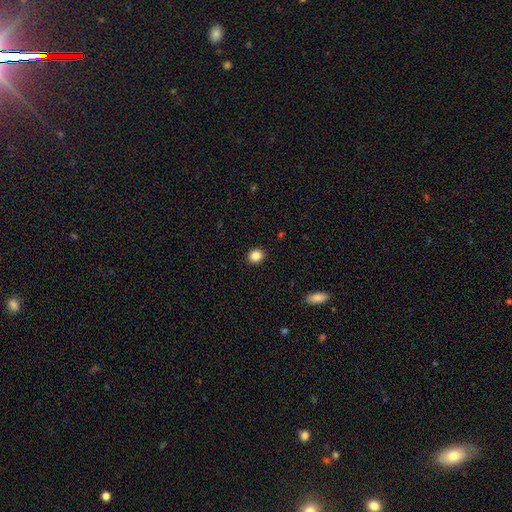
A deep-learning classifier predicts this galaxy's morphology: This appears to be a smooth galaxy with no disk features (86%) that is round (77%). Merging: none (91%).